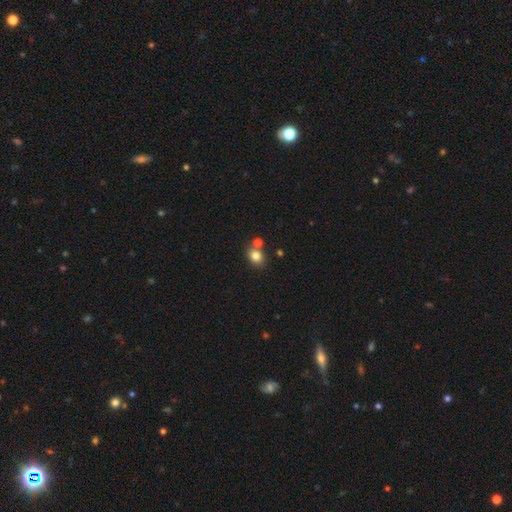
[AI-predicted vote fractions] Q: Smooth or featured?
A: smooth (81%); runner-up: star or artifact (11%)
Q: How rounded?
A: round (53%); runner-up: in between (46%)
Q: Merging?
A: none (63%); runner-up: merger (23%)